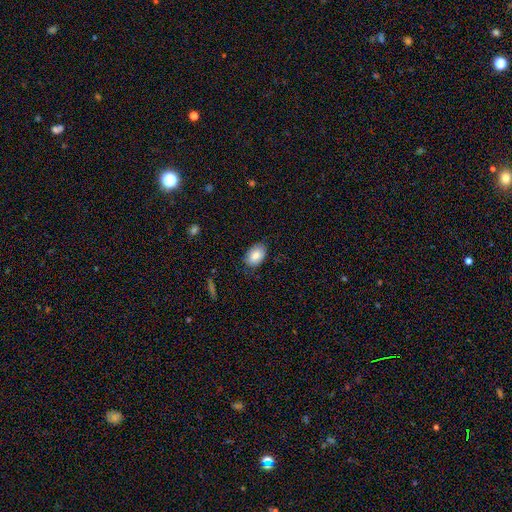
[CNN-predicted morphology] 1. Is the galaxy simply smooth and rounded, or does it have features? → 86% smooth, 7% featured or disk, 7% star or artifact.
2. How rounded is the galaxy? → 87% in between, 12% round, 1% cigar-shaped.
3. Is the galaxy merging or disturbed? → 80% none, 16% minor disturbance, 3% major disturbance, 1% merger.